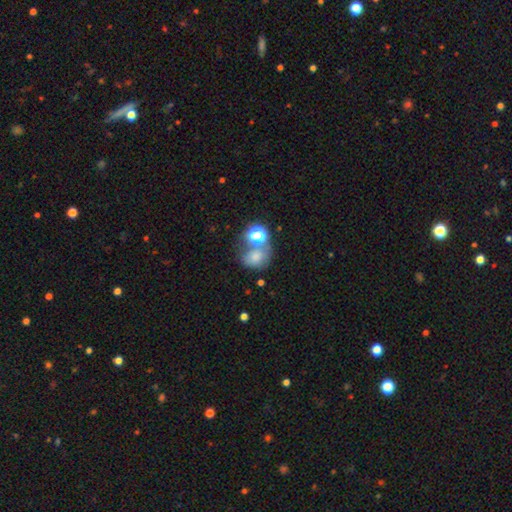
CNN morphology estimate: smooth-or-featured: smooth: 69% | star or artifact: 17% | featured or disk: 14%
  how-rounded: round: 55% | in between: 44% | cigar-shaped: 1%
  merging: none: 40% | merger: 33% | minor disturbance: 16% | major disturbance: 11%